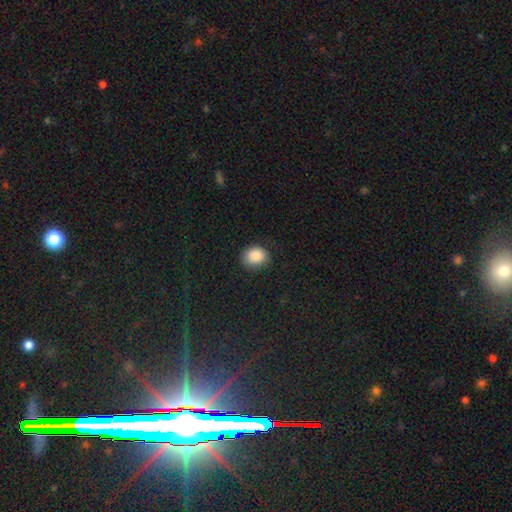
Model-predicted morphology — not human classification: This appears to be a smooth galaxy with no disk features (87%) that is round (65%). Merging: none (82%).